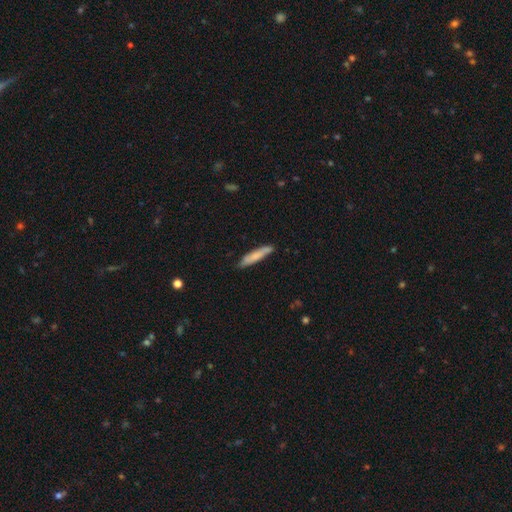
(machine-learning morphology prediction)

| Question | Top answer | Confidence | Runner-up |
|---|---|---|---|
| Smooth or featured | smooth | 71% | featured or disk (23%) |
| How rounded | cigar-shaped | 87% | in between (11%) |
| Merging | none | 76% | minor disturbance (18%) |